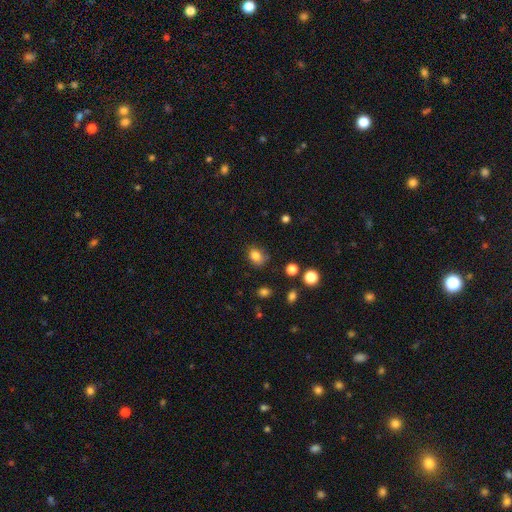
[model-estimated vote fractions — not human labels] smooth-or-featured: smooth: 82% | star or artifact: 12% | featured or disk: 6%
  how-rounded: round: 50% | in between: 49% | cigar-shaped: 1%
  merging: none: 69% | minor disturbance: 22% | major disturbance: 6% | merger: 3%